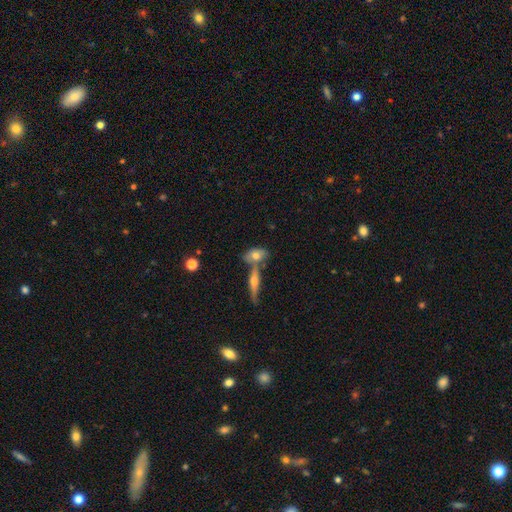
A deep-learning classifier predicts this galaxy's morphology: A smooth galaxy with no disk features (45%). Merging: none (43%).